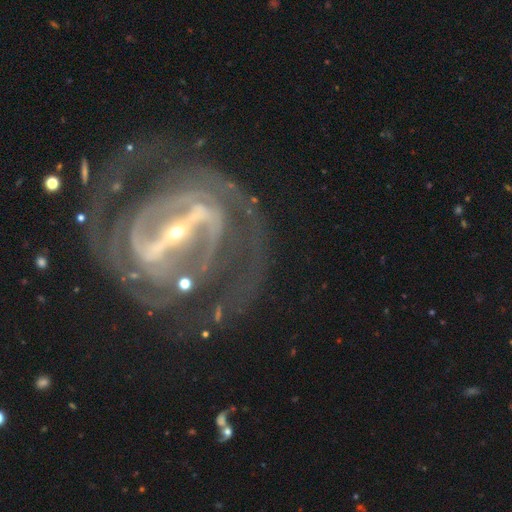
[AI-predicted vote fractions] Overall: featured or disk (93%). Edge-on disk: no (95%). Bar: strong (87%). Spiral arms: yes (96%). Spiral arm count: 2 (55%). Spiral winding: tight (53%; medium 37%). Bulge size: small (82%). Merging: none (68%).